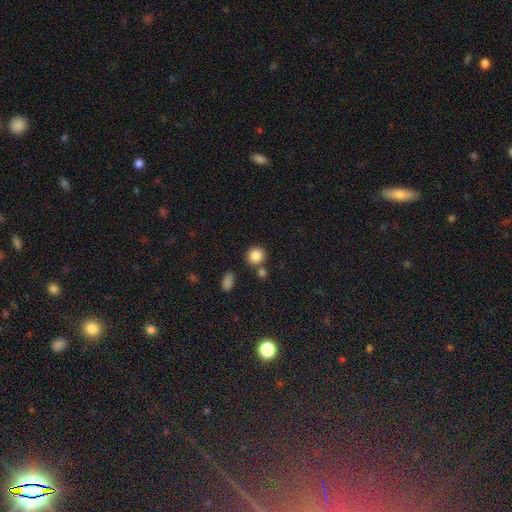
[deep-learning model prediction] smooth-or-featured: smooth: 85% | star or artifact: 10% | featured or disk: 5%
  how-rounded: round: 86% | in between: 13% | cigar-shaped: 1%
  merging: none: 73% | merger: 14% | minor disturbance: 10% | major disturbance: 3%